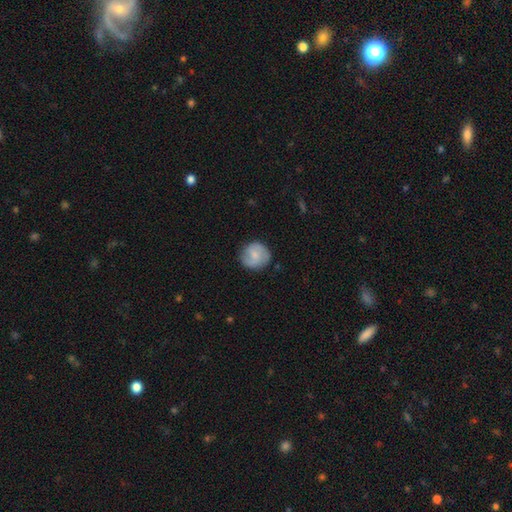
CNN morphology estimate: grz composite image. It shows a smooth galaxy with no disk features (62%) that is round (91%). Merging: none (80%).